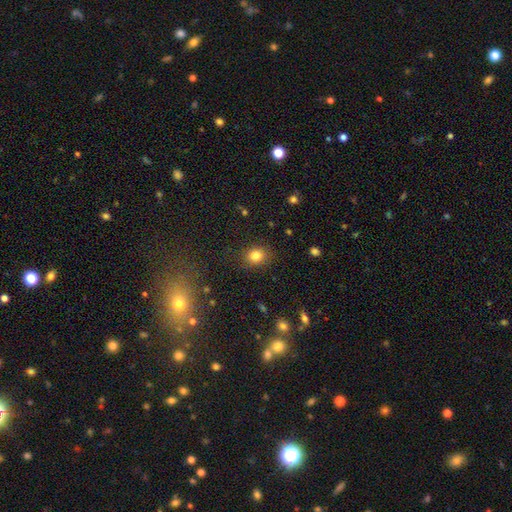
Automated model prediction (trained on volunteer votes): Smooth or featured? smooth (82%)
How rounded? round (71%)
Merging? none (86%)